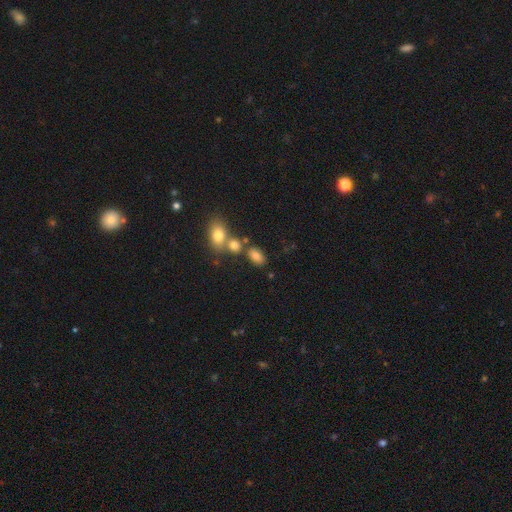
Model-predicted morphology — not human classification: A smooth galaxy with no disk features (80%) that is in between round and cigar-shaped (88%). Merging: none (61%).